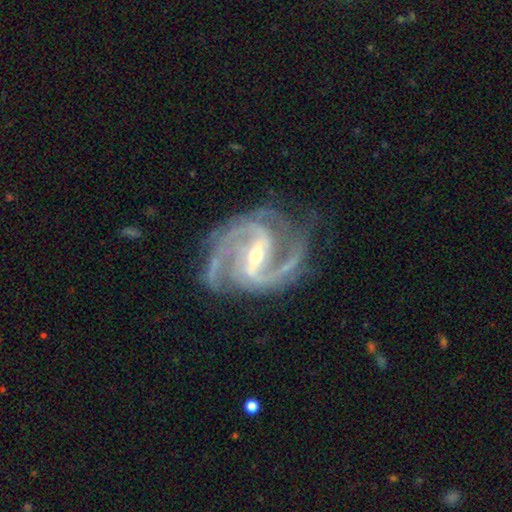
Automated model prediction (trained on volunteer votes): Morphology: type=featured or disk (93%); edge-on=no (98%); bar=strong (59%); spiral arms=yes (98%); winding=medium (57%); arm count=2 (66%); bulge=small (49%); merging=none (68%).